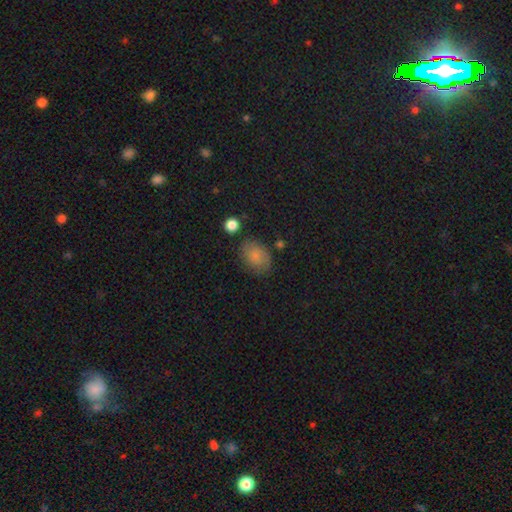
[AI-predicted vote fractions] Smooth or featured? smooth (77%)
How rounded? in between (71%)
Merging? none (70%)